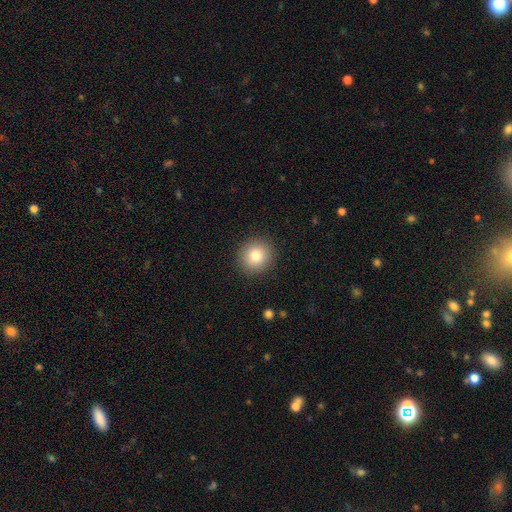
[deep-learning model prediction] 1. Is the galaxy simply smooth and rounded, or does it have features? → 82% smooth, 10% star or artifact, 8% featured or disk.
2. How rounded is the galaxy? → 91% round, 8% in between, 1% cigar-shaped.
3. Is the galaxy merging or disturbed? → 91% none, 6% minor disturbance, 2% major disturbance, 1% merger.